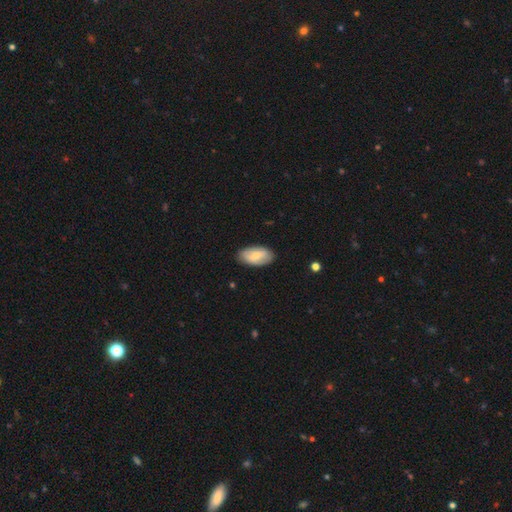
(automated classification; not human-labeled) smooth-or-featured: smooth: 72% | featured or disk: 22% | star or artifact: 6%
  how-rounded: in between: 94% | round: 3% | cigar-shaped: 3%
  merging: none: 84% | minor disturbance: 13% | major disturbance: 2% | merger: 1%